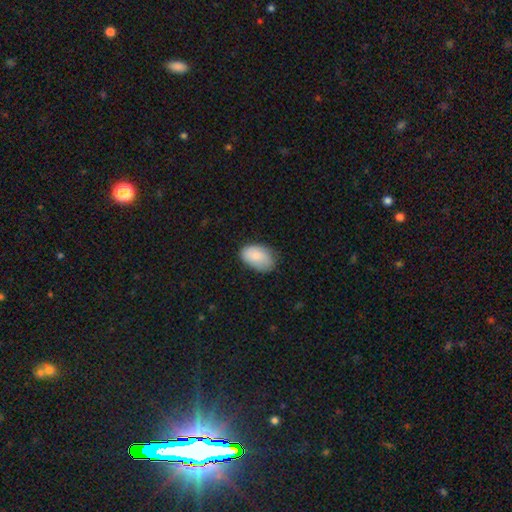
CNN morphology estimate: This appears to be a smooth galaxy with no disk features (83%) that is in between round and cigar-shaped (91%). Merging: none (67%).